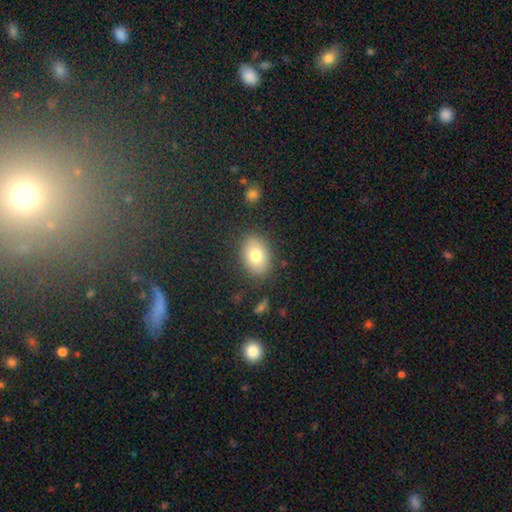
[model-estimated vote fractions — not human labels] Q: Smooth or featured?
A: smooth (77%); runner-up: featured or disk (14%)
Q: How rounded?
A: in between (76%); runner-up: round (23%)
Q: Merging?
A: none (84%); runner-up: minor disturbance (11%)